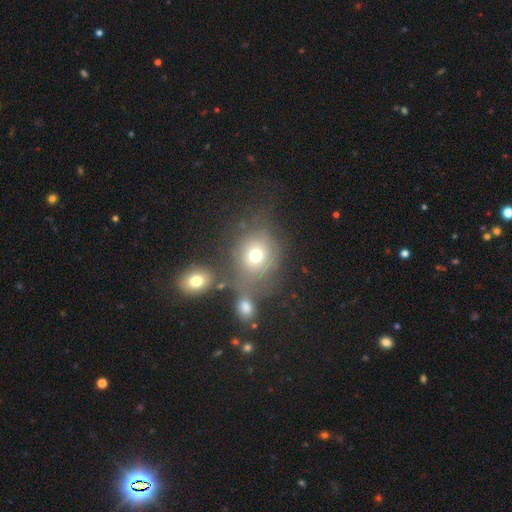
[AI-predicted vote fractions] Smooth or featured? Predicted: smooth (p=0.71). How rounded? Predicted: round (p=0.74). Merging? Predicted: none (p=0.50).